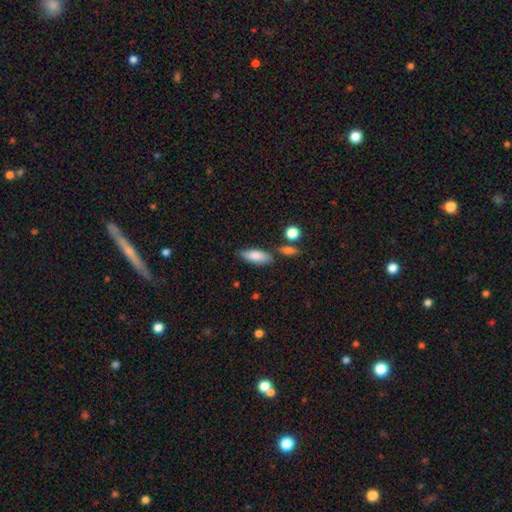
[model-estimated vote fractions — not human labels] Smooth or featured?
  - smooth: 80% *
  - featured or disk: 13%
  - star or artifact: 7%
How rounded?
  - in between: 82% *
  - cigar-shaped: 16%
  - round: 3%
Merging?
  - none: 70% *
  - minor disturbance: 19%
  - merger: 7%
  - major disturbance: 5%